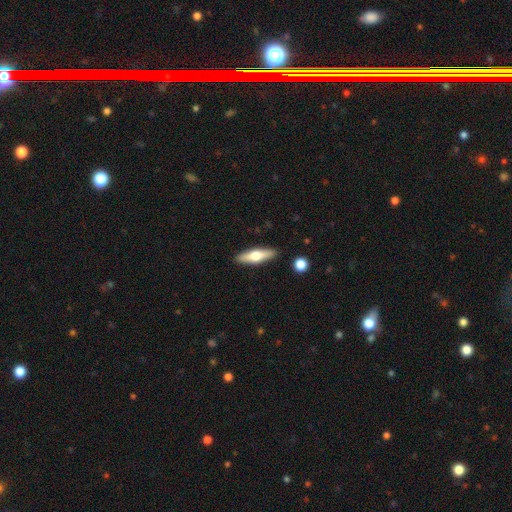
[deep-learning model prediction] A smooth galaxy with no disk features (51%) that is cigar-shaped (63%). Merging: none (89%).